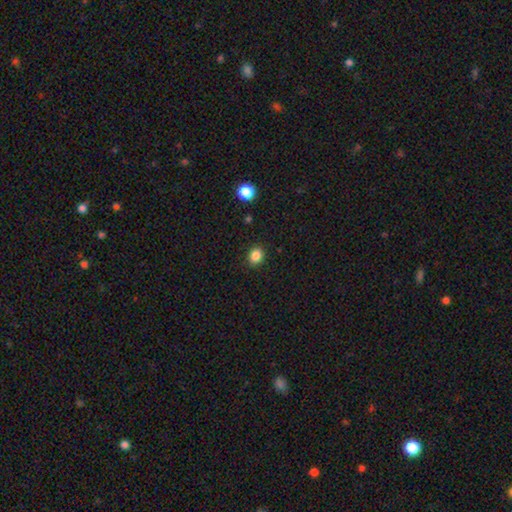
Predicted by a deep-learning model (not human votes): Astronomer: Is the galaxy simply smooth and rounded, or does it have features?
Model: smooth — 86%.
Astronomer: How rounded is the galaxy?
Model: round — 63%.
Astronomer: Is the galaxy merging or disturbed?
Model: none — 89%.